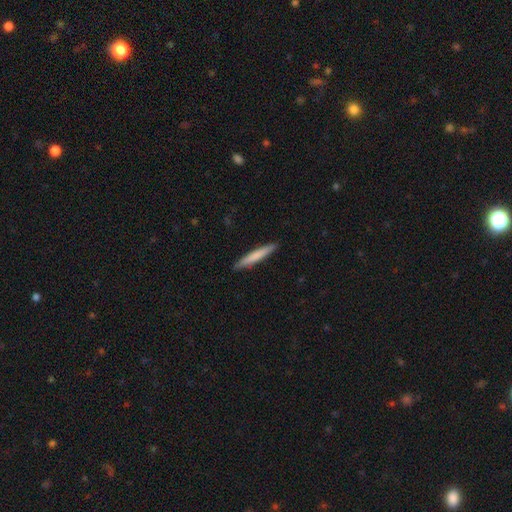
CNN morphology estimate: Q: Smooth or featured?
A: smooth (73%); runner-up: featured or disk (22%)
Q: How rounded?
A: cigar-shaped (95%); runner-up: in between (4%)
Q: Merging?
A: none (90%); runner-up: minor disturbance (7%)